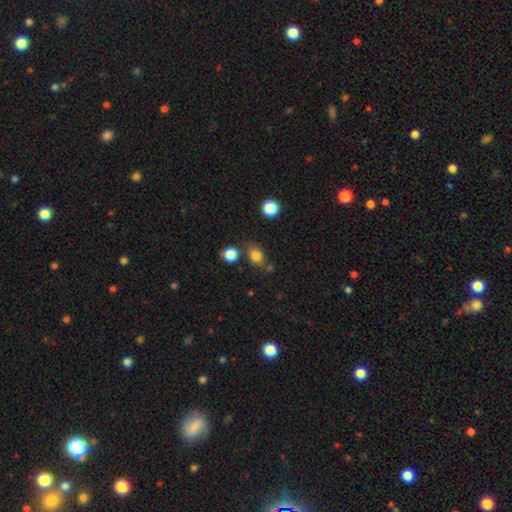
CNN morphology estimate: The model was most divided on "how rounded": in between: 58%, round: 41%, cigar-shaped: 1%. More confident: smooth or featured — smooth (82%); merging — none (71%).